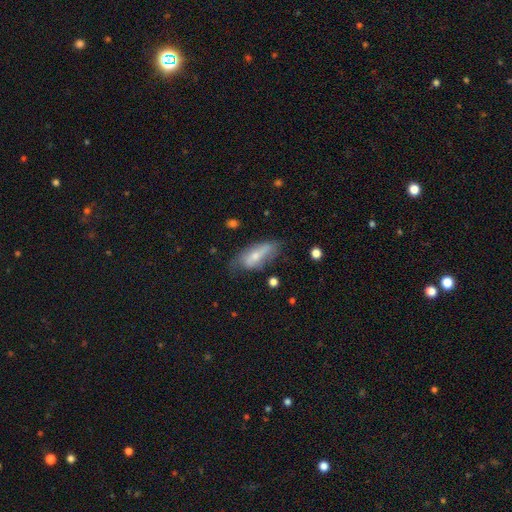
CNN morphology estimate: A smooth galaxy with no disk features (57%) that is in between round and cigar-shaped (73%). Merging: none (51%).